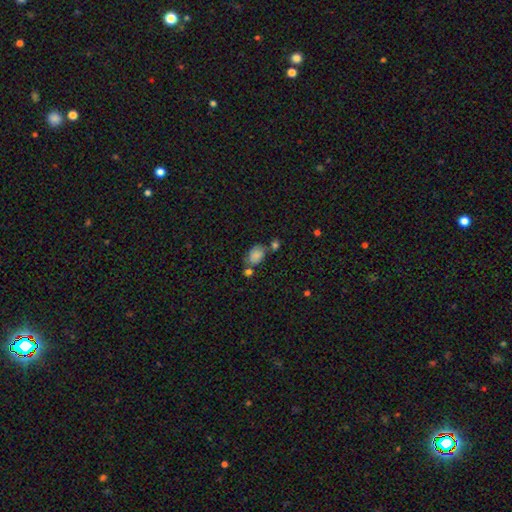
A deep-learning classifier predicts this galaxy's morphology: A smooth galaxy with no disk features (74%) that is in between round and cigar-shaped (74%). Merging: none (60%).